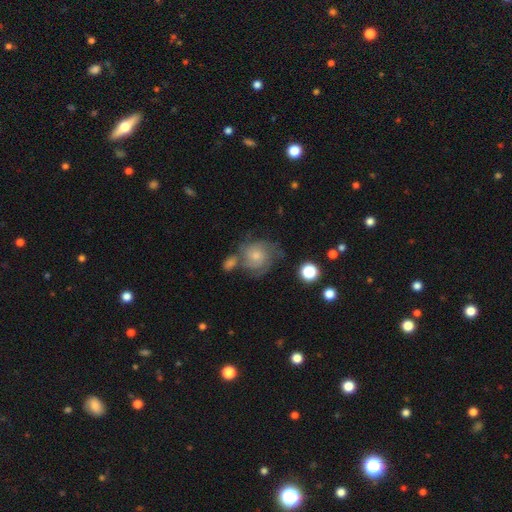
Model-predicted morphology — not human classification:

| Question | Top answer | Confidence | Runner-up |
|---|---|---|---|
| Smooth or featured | featured or disk | 61% | smooth (28%) |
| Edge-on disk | no | 97% | yes (3%) |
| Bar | no | 78% | weak (20%) |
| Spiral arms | yes | 88% | no (12%) |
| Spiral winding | tight | 52% | medium (36%) |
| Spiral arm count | can't tell | 36% | 3 (25%) |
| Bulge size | moderate | 45% | small (44%) |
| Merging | none | 55% | minor disturbance (19%) |